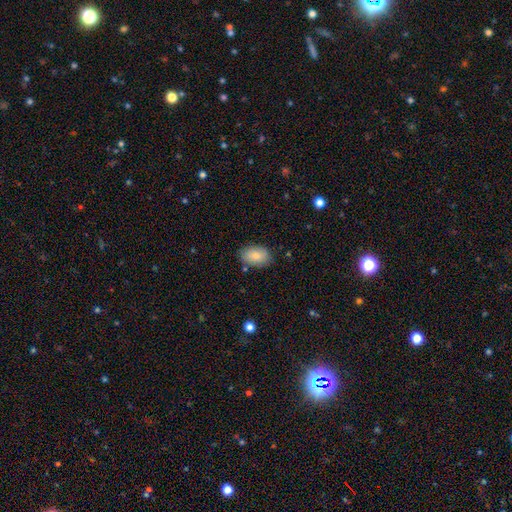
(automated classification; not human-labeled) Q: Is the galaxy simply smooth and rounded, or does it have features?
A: smooth — 83%.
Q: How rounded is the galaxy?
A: in between — 90%.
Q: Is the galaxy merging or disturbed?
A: none — 83%.